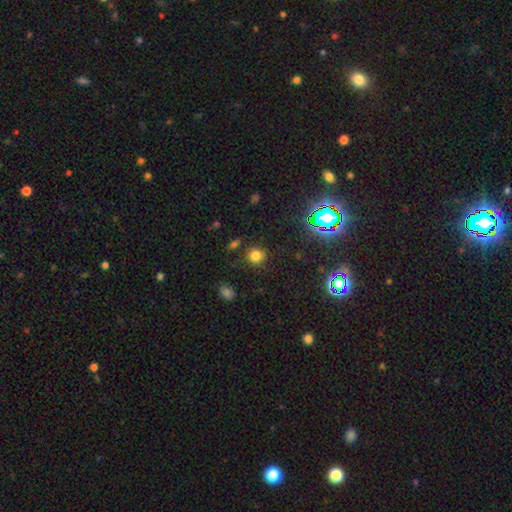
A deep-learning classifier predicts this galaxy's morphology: smooth-or-featured: smooth: 75% | star or artifact: 19% | featured or disk: 6%
  how-rounded: round: 88% | in between: 11% | cigar-shaped: 1%
  merging: none: 84% | minor disturbance: 9% | major disturbance: 3% | merger: 3%